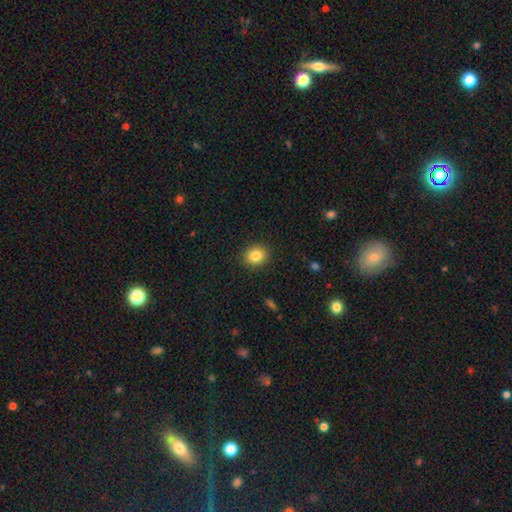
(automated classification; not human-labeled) smooth 84%, star or artifact 10%, featured or disk 6%. Down the decision tree: how rounded — round (65%); merging — none (90%).